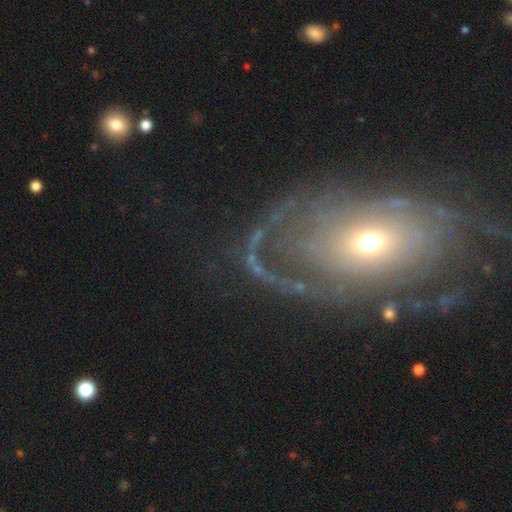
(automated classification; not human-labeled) This is likely a featured or disk galaxy (75%). It is clearly not viewed edge-on (94%). Bar: likely no (79%). Spiral arm pattern: likely yes (72%). Spiral arm count: marginally can't tell (42%). Spiral winding: possibly tight (59%). Central bulge: possibly moderate (47%). Merging: likely none (62%).